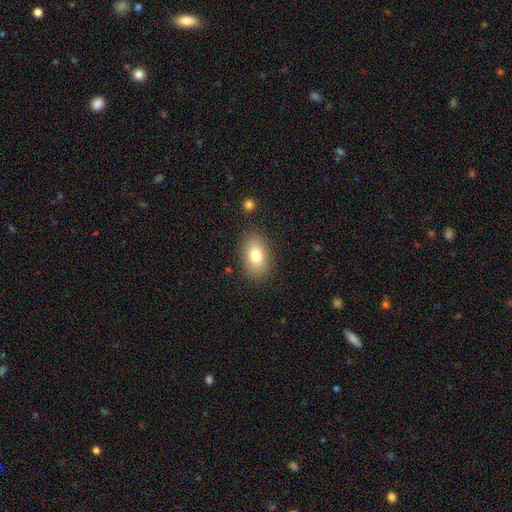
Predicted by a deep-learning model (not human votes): The model was most divided on "smooth or featured": smooth: 79%, featured or disk: 12%, star or artifact: 9%. More confident: merging — none (85%); how rounded — in between (85%).